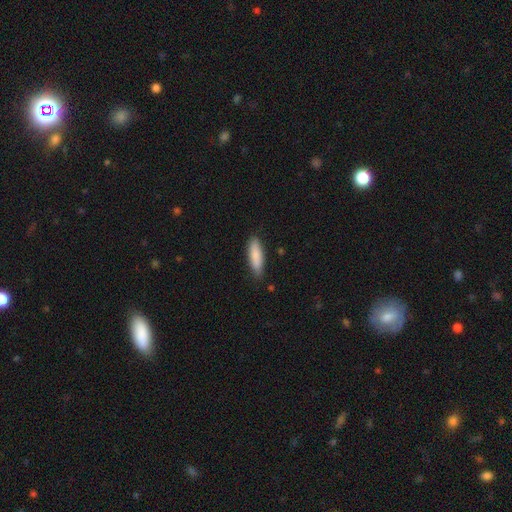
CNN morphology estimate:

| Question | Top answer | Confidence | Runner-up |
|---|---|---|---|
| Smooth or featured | smooth | 85% | featured or disk (10%) |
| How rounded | cigar-shaped | 56% | in between (42%) |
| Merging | none | 82% | minor disturbance (14%) |